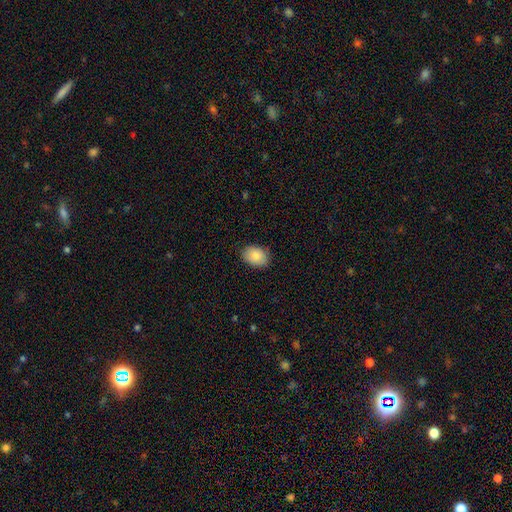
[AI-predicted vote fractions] smooth-or-featured: smooth: 88% | star or artifact: 7% | featured or disk: 5%
  how-rounded: in between: 73% | round: 26% | cigar-shaped: 1%
  merging: none: 86% | minor disturbance: 11% | major disturbance: 2% | merger: 1%